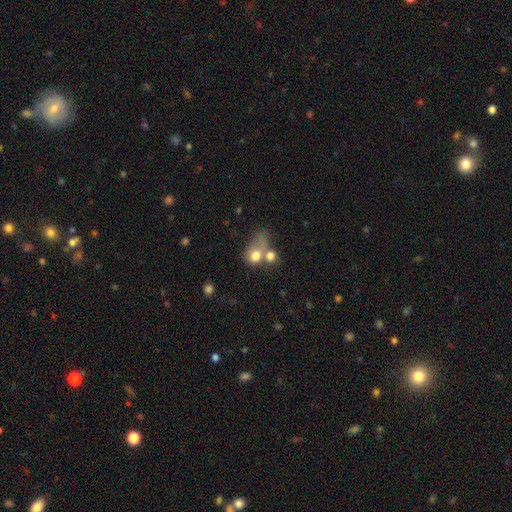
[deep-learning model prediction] Morphology: type=smooth (72%); roundness=round (56%); merging=merger (50%).